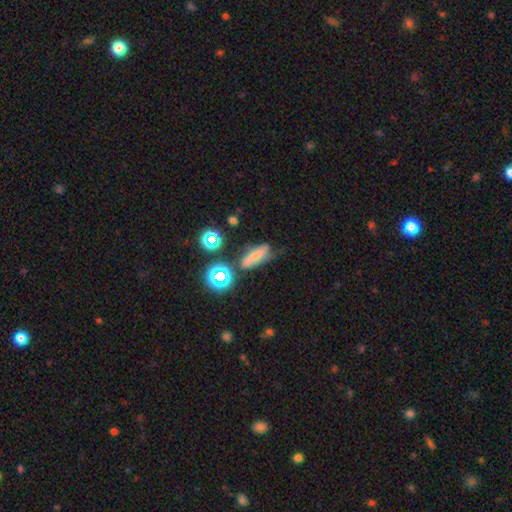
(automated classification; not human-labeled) smooth_or_featured: smooth (p=0.49) [alt: featured or disk p=0.31]
merging: none (p=0.53) [alt: minor disturbance p=0.27]